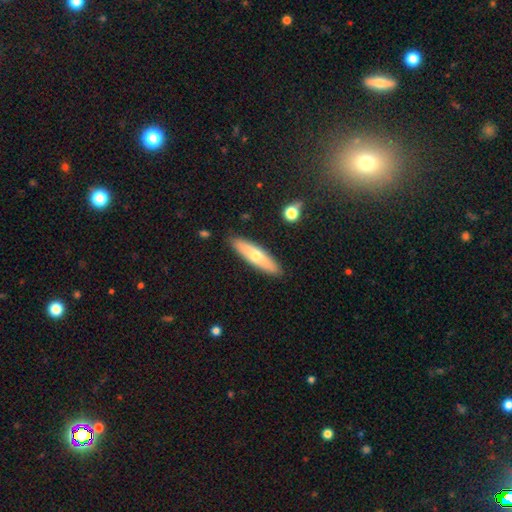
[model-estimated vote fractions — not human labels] smooth-or-featured: smooth: 58% | featured or disk: 36% | star or artifact: 6%
  how-rounded: cigar-shaped: 75% | in between: 23% | round: 2%
  merging: none: 88% | minor disturbance: 9% | major disturbance: 2% | merger: 1%